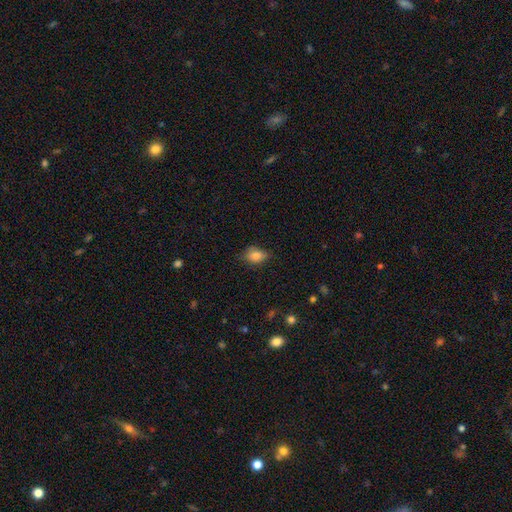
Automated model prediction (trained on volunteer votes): Smooth or featured: smooth — 83% (star or artifact — 10%)
How rounded: in between — 77% (round — 21%)
Merging: none — 70% (minor disturbance — 24%)